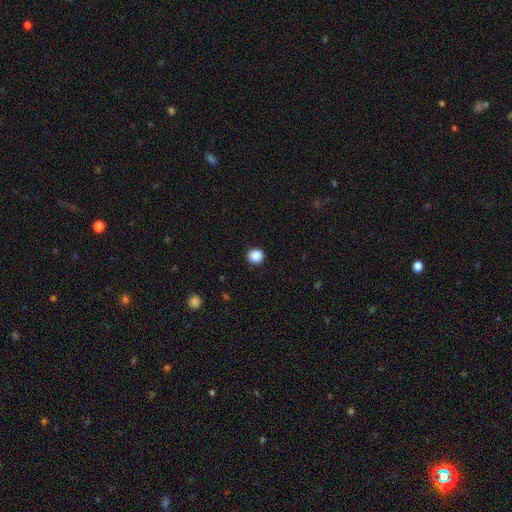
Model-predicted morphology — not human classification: A smooth galaxy with no disk features (88%) that is round (87%).

Vote fractions:
- Smooth or featured? smooth: 88% / star or artifact: 10% / featured or disk: 2%
- How rounded? round: 87% / in between: 12% / cigar-shaped: 1%
- Merging? none: 91% / minor disturbance: 6% / major disturbance: 2% / merger: 1%